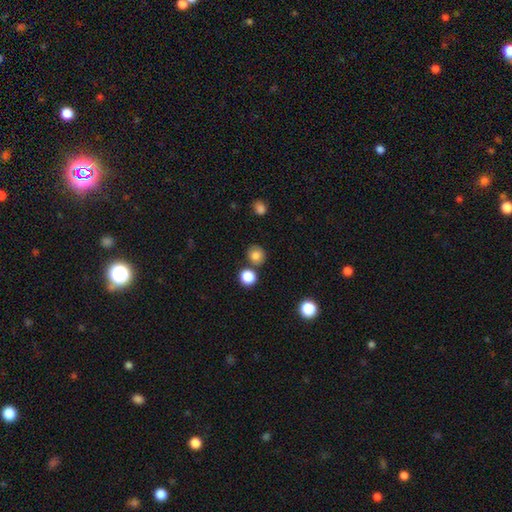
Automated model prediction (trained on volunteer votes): Overall: smooth (82%). How rounded: round (85%). Merging: none (77%).